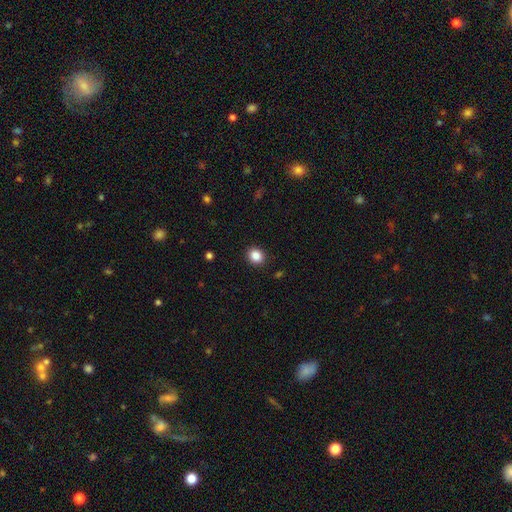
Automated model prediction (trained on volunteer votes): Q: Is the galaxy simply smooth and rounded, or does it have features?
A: smooth — 87%.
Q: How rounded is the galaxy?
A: round — 73%.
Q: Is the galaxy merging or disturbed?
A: none — 91%.